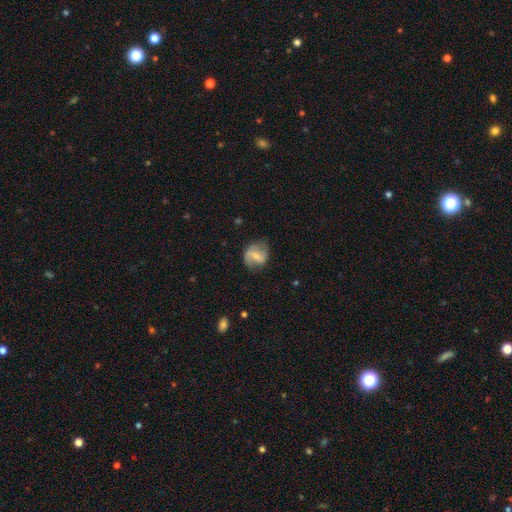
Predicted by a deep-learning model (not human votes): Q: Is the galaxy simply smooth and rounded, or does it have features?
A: featured or disk — 64%.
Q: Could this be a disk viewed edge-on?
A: no — 97%.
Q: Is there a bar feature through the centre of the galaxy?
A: weak — 45%.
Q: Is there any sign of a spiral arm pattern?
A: yes — 84%.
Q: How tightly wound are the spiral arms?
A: loose — 45%.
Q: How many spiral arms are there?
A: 2 — 83%.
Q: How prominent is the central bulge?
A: small — 49%.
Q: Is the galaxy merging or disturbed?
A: none — 69%.